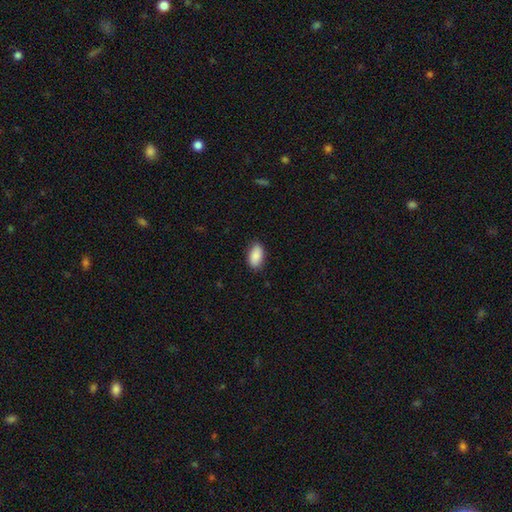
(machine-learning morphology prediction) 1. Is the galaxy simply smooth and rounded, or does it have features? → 89% smooth, 6% star or artifact, 5% featured or disk.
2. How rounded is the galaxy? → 94% in between, 4% round, 3% cigar-shaped.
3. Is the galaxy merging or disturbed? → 85% none, 12% minor disturbance, 2% major disturbance, 1% merger.